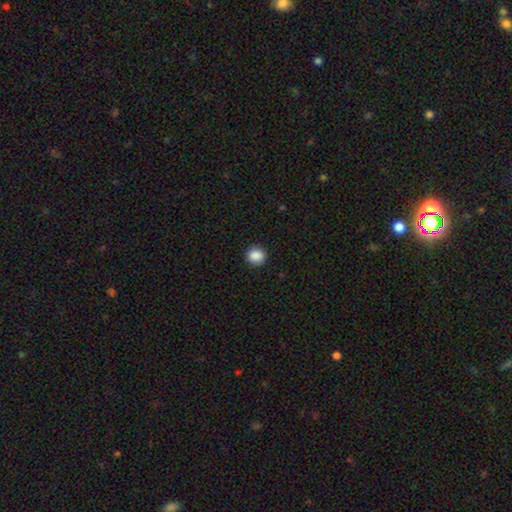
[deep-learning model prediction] A smooth galaxy with no disk features (89%) that is round (88%). Merging: none (91%).